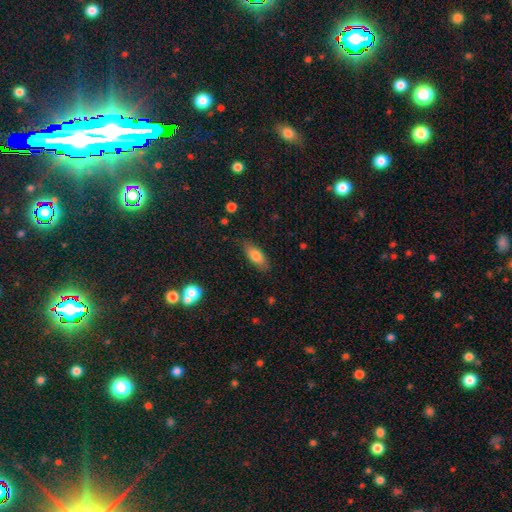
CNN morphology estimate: Smooth or featured: smooth — 78% (featured or disk — 14%)
How rounded: in between — 75% (cigar-shaped — 22%)
Merging: none — 81% (minor disturbance — 14%)